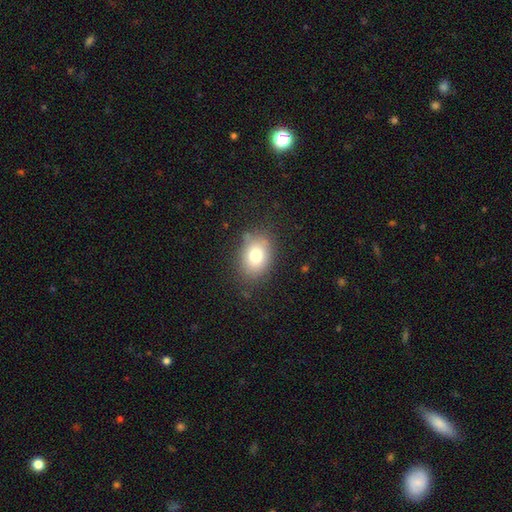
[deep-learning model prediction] Smooth or featured? Predicted: smooth (p=0.77). How rounded? Predicted: in between (p=0.69). Merging? Predicted: none (p=0.78).